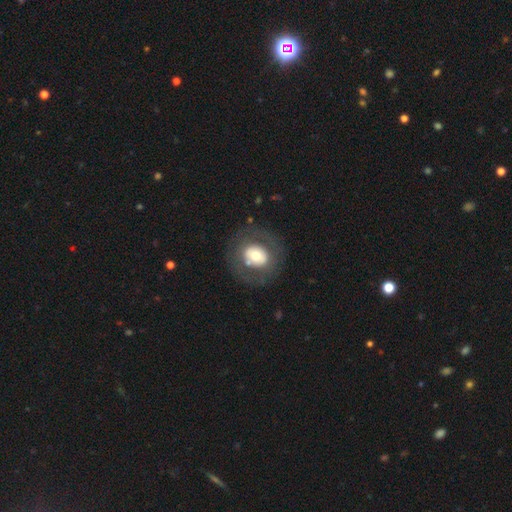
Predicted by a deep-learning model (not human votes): This appears to be a smooth galaxy with no disk features (51%) that is round (78%). Merging: none (76%).